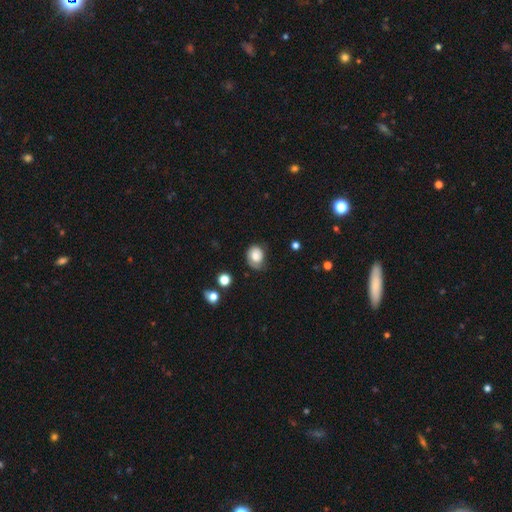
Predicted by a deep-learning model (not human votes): The model was most divided on "how rounded": round: 50%, in between: 49%, cigar-shaped: 1%. More confident: smooth or featured — smooth (71%); merging — none (51%).